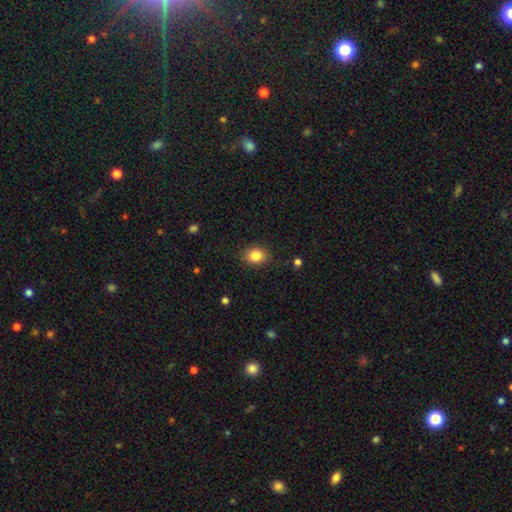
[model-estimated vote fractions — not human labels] smooth-or-featured: smooth: 85% | star or artifact: 10% | featured or disk: 5%
  how-rounded: round: 58% | in between: 41% | cigar-shaped: 1%
  merging: none: 88% | minor disturbance: 9% | major disturbance: 3% | merger: 1%